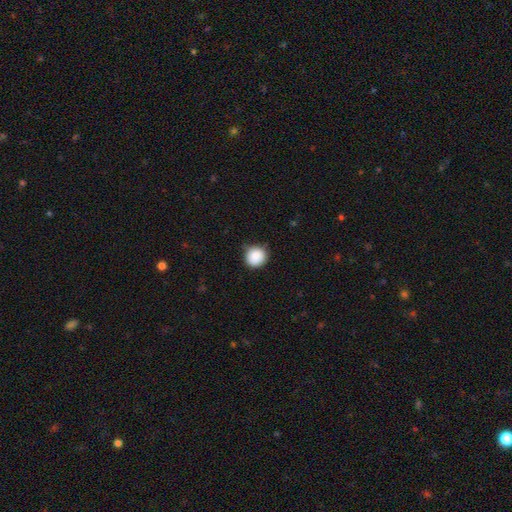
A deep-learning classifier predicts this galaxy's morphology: This appears to be a smooth galaxy with no disk features (85%) that is round (93%). Merging: none (78%).